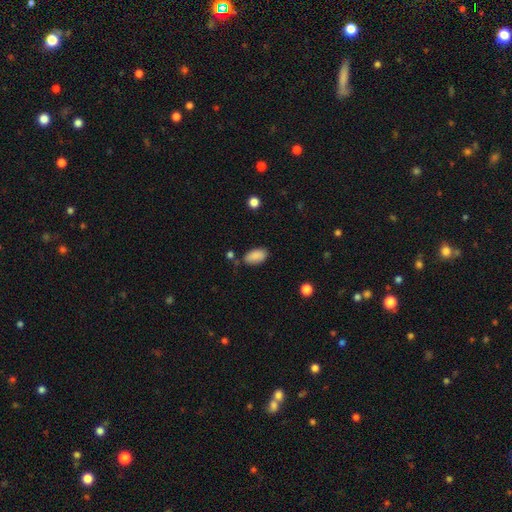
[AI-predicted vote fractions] Q: Smooth or featured?
A: smooth (87%); runner-up: star or artifact (7%)
Q: How rounded?
A: in between (94%); runner-up: round (4%)
Q: Merging?
A: none (73%); runner-up: minor disturbance (19%)